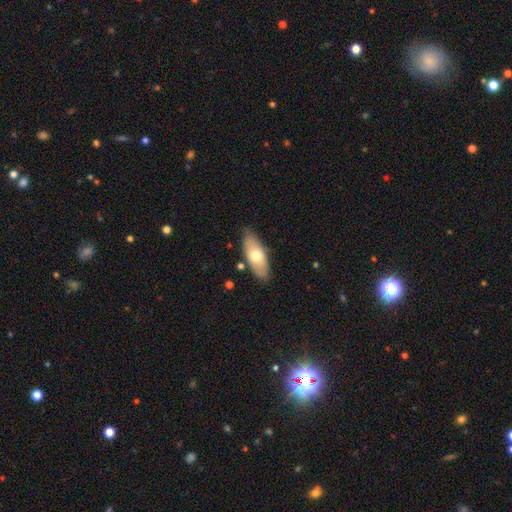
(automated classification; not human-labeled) Smooth or featured: smooth — 65% (featured or disk — 29%)
How rounded: in between — 80% (cigar-shaped — 18%)
Merging: none — 79% (minor disturbance — 15%)